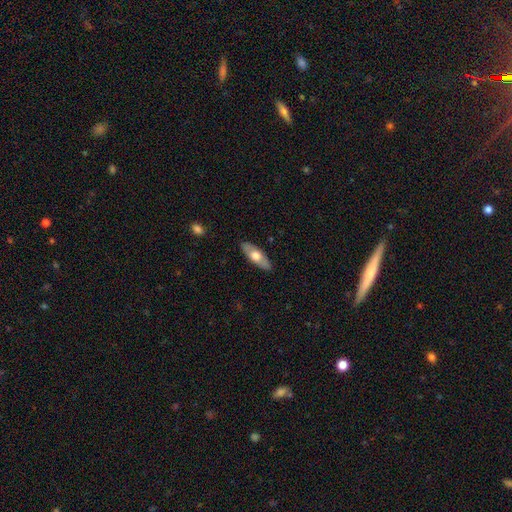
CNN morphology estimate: Smooth or featured?
  - smooth: 58% *
  - featured or disk: 37%
  - star or artifact: 5%
How rounded?
  - in between: 71% *
  - cigar-shaped: 27%
  - round: 3%
Merging?
  - none: 88% *
  - minor disturbance: 9%
  - major disturbance: 2%
  - merger: 1%